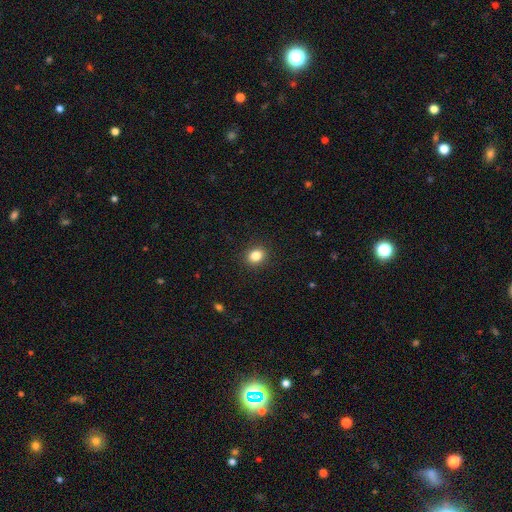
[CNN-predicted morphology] Smooth or featured? Predicted: smooth (p=0.84). How rounded? Predicted: round (p=0.64). Merging? Predicted: none (p=0.91).